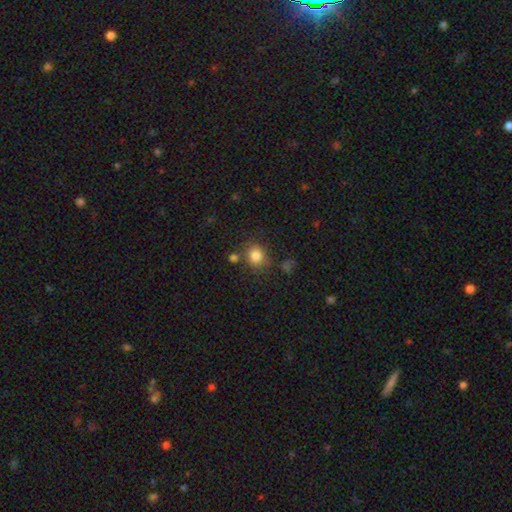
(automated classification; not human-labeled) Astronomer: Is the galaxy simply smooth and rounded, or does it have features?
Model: smooth — 83%.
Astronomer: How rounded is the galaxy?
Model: round — 71%.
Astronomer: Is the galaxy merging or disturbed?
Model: none — 72%.